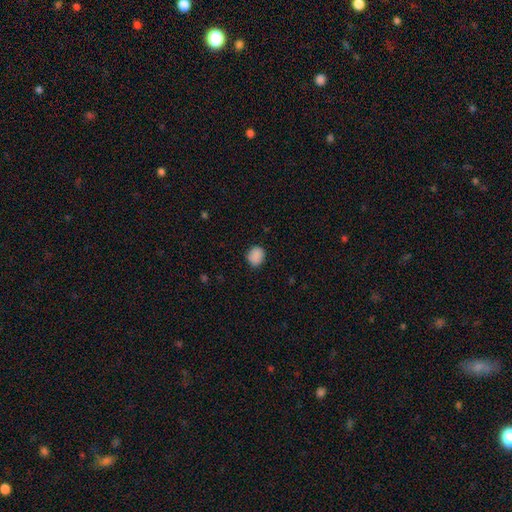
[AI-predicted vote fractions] Smooth or featured? smooth (87%)
How rounded? round (60%)
Merging? none (81%)